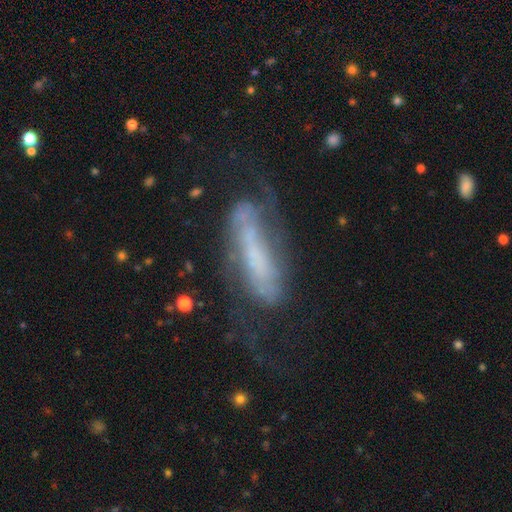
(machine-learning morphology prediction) A featured or disk galaxy (73%) with a strong bar (40%), 2 (71%) medium (42%) spiral arms (85%) and no central bulge (36%).

Vote fractions:
- Smooth or featured? featured or disk: 73% / smooth: 19% / star or artifact: 9%
- Edge-on disk? no: 82% / yes: 18%
- Bar? strong: 40% / no: 31% / weak: 29%
- Spiral arms? yes: 85% / no: 15%
- Spiral winding? medium: 42% / loose: 30% / tight: 28%
- Spiral arm count? 2: 71% / can't tell: 17% / 1: 6% / 3: 3% / 4: 2% / more than 4: 2%
- Bulge size? none: 36% / small: 32% / moderate: 18% / large: 10% / dominant: 4%
- Merging? none: 53% / major disturbance: 23% / minor disturbance: 20% / merger: 4%